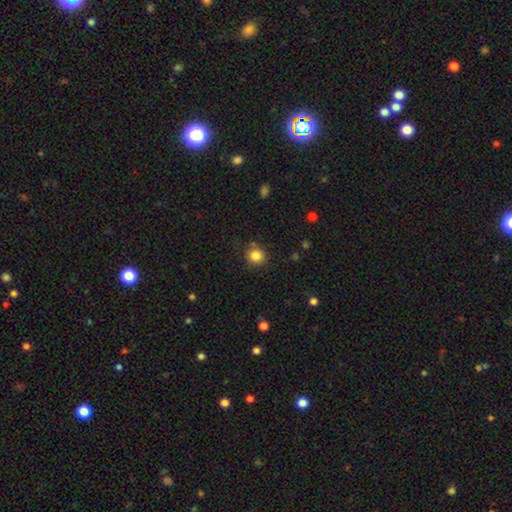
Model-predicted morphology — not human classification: This appears to be a smooth galaxy with no disk features (84%) that is round (89%). Merging: none (81%).